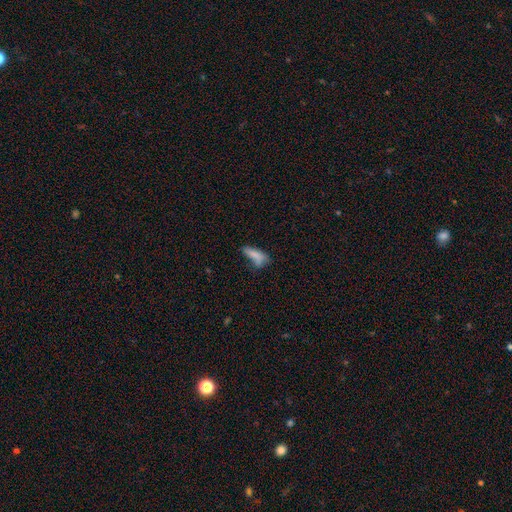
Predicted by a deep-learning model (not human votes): smooth 77%, featured or disk 13%, star or artifact 10%. Down the decision tree: how rounded — in between (54%); merging — none (39%).